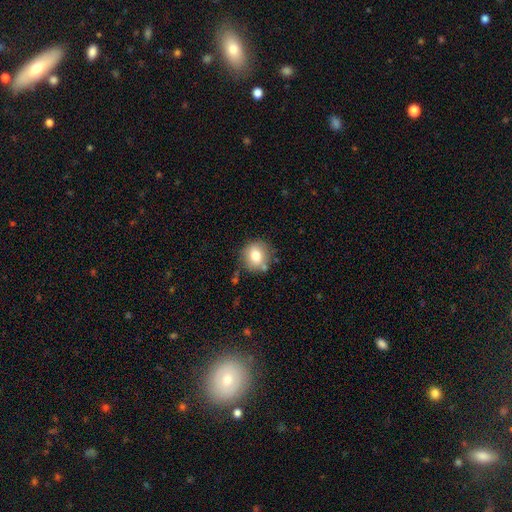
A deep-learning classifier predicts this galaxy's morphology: Smooth or featured? Predicted: smooth (p=0.76). How rounded? Predicted: round (p=0.85). Merging? Predicted: none (p=0.78).